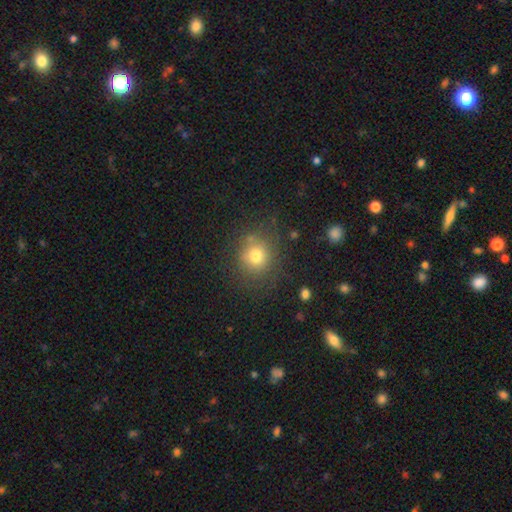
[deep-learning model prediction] This is likely a smooth galaxy (74%). How rounded: clearly round (84%). Merging: likely none (78%).